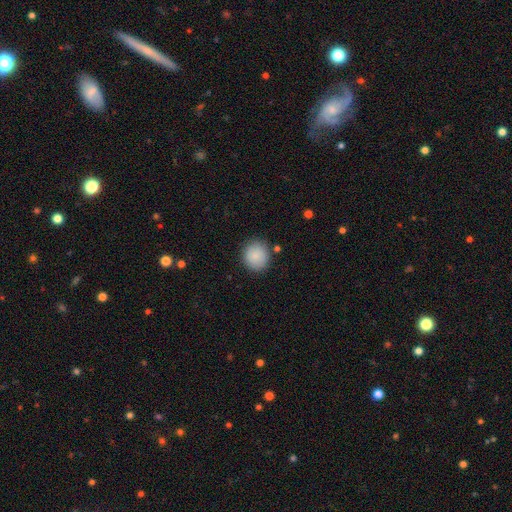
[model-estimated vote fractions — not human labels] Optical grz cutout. It shows a smooth galaxy with no disk features (87%) that is round (87%). Merging: none (86%).